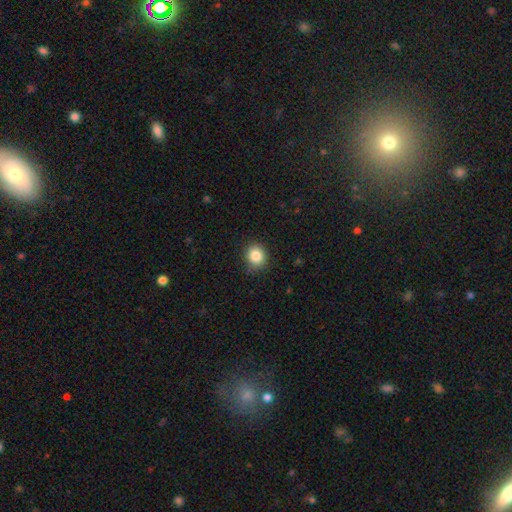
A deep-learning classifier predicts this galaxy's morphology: Q: Smooth or featured?
A: smooth (85%); runner-up: star or artifact (10%)
Q: How rounded?
A: round (79%); runner-up: in between (20%)
Q: Merging?
A: none (86%); runner-up: minor disturbance (11%)